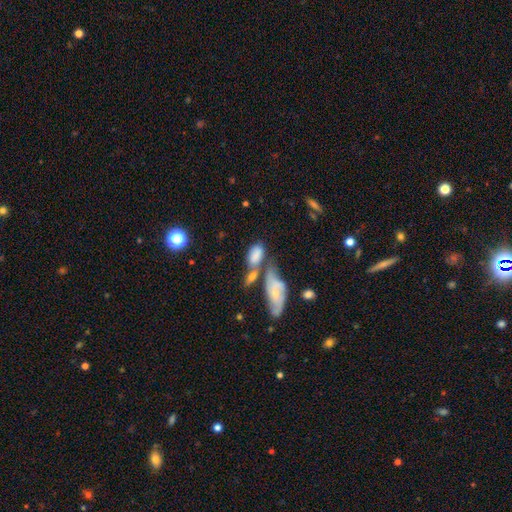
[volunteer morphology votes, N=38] This is likely a smooth galaxy (76%). How rounded: clearly in between (83%). Merging: possibly none (51%).